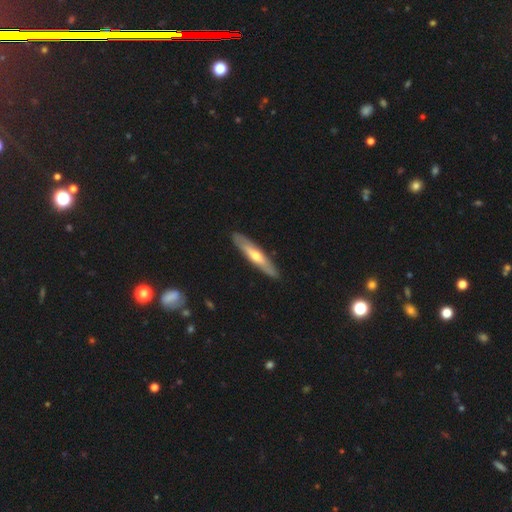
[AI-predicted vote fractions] featured or disk 53%, smooth 42%, star or artifact 5%. Down the decision tree: edge-on disk — yes (78%); merging — none (89%).